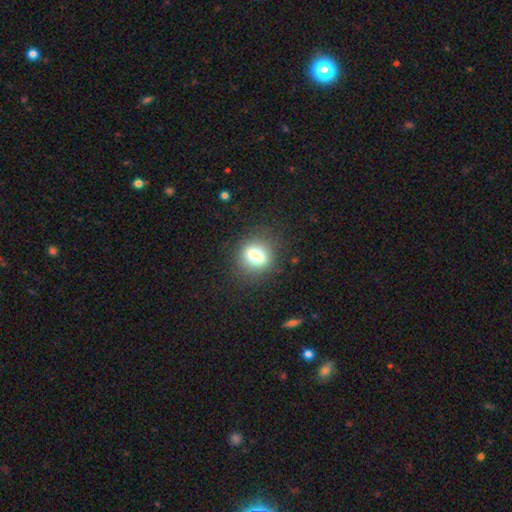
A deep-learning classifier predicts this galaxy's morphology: The model was most divided on "how rounded": round: 57%, in between: 40%, cigar-shaped: 3%. More confident: merging — none (85%); smooth or featured — smooth (73%).